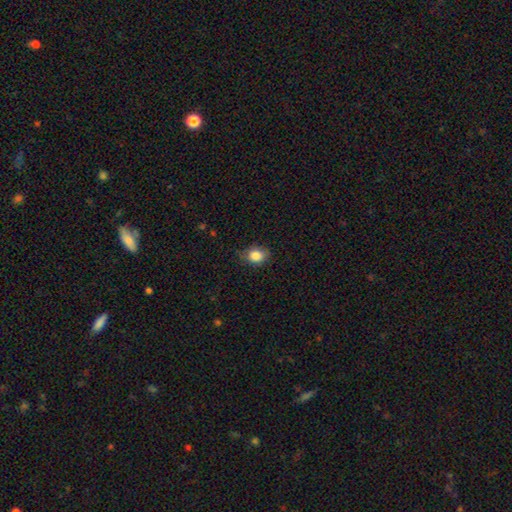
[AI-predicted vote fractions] Smooth or featured?
  - smooth: 85% *
  - star or artifact: 9%
  - featured or disk: 6%
How rounded?
  - in between: 52% *
  - round: 47%
  - cigar-shaped: 1%
Merging?
  - none: 77% *
  - minor disturbance: 18%
  - major disturbance: 4%
  - merger: 1%